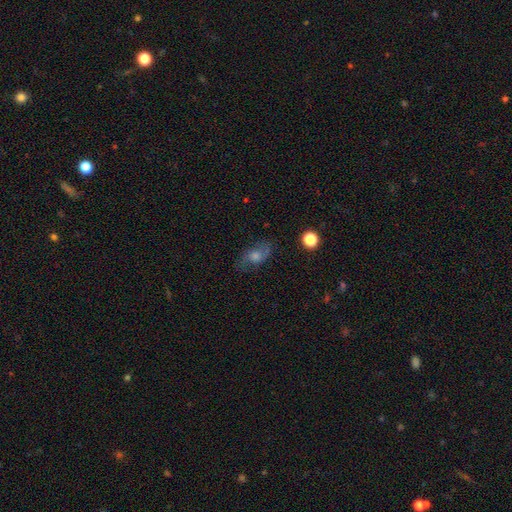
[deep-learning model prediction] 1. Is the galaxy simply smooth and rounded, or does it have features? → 50% featured or disk, 35% smooth, 15% star or artifact.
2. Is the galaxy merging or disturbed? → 77% none, 16% minor disturbance, 6% major disturbance, 1% merger.